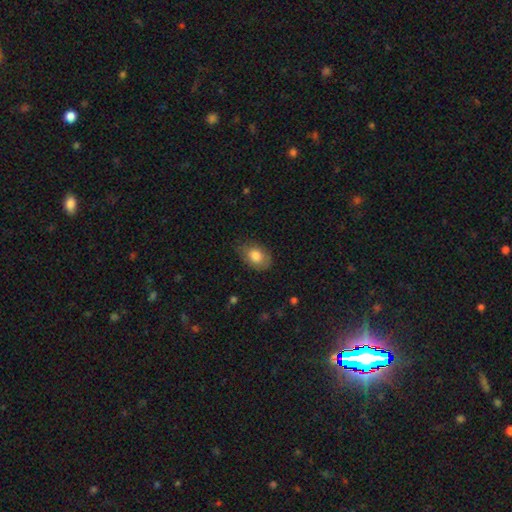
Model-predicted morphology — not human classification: Smooth or featured: smooth — 80% (featured or disk — 13%)
How rounded: in between — 80% (round — 19%)
Merging: none — 67% (minor disturbance — 26%)